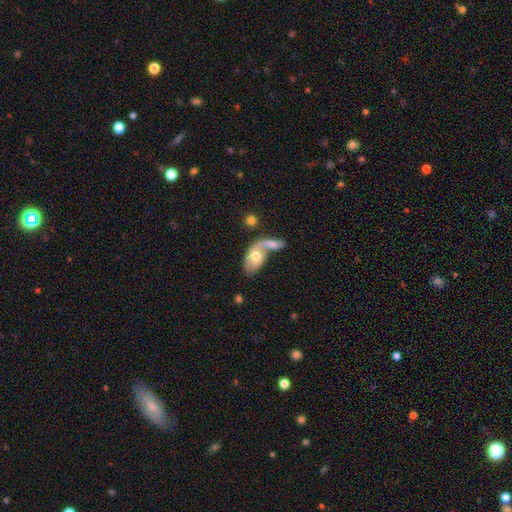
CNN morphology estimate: type=smooth (61%); roundness=in between (90%); merging=merger (61%).